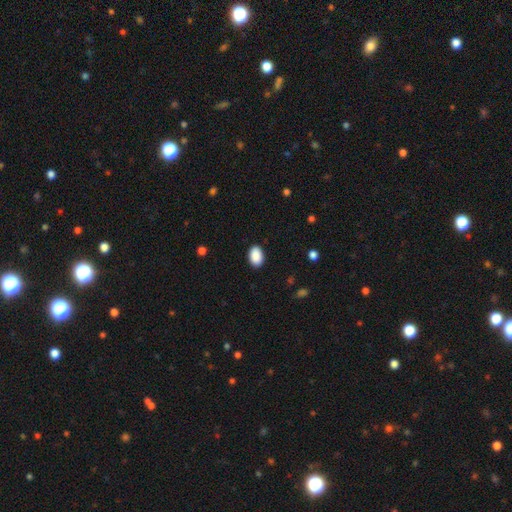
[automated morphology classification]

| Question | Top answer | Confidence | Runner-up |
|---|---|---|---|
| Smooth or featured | smooth | 90% | star or artifact (7%) |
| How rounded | in between | 87% | round (11%) |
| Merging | none | 88% | minor disturbance (9%) |